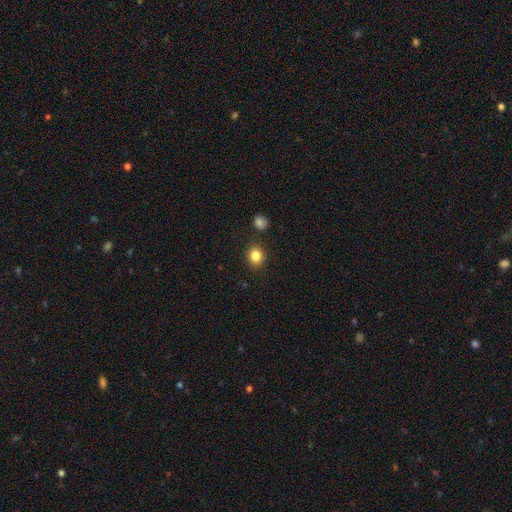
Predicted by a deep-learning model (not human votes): The model was most divided on "how rounded": round: 69%, in between: 30%, cigar-shaped: 1%. More confident: merging — none (88%); smooth or featured — smooth (84%).